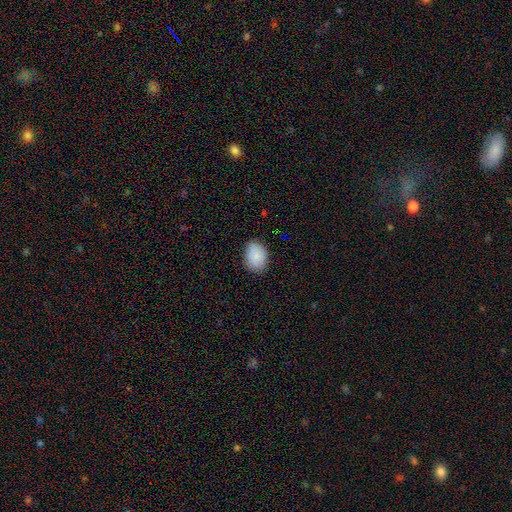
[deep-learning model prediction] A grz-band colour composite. It shows a smooth galaxy with no disk features (87%) that is in between round and cigar-shaped (73%). Merging: none (79%).